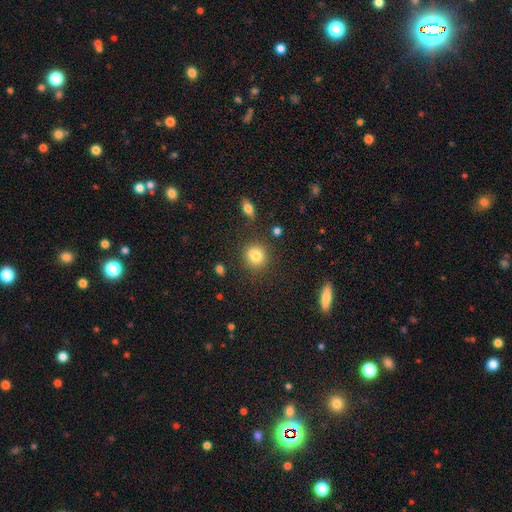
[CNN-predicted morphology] smooth-or-featured: smooth: 81% | star or artifact: 11% | featured or disk: 8%
  how-rounded: round: 81% | in between: 17% | cigar-shaped: 1%
  merging: none: 81% | minor disturbance: 11% | merger: 5% | major disturbance: 3%